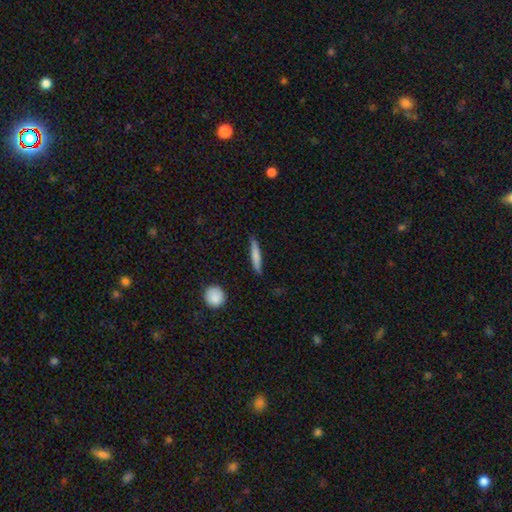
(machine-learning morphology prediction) A smooth galaxy with no disk features (71%) that is cigar-shaped (92%). Merging: none (86%).